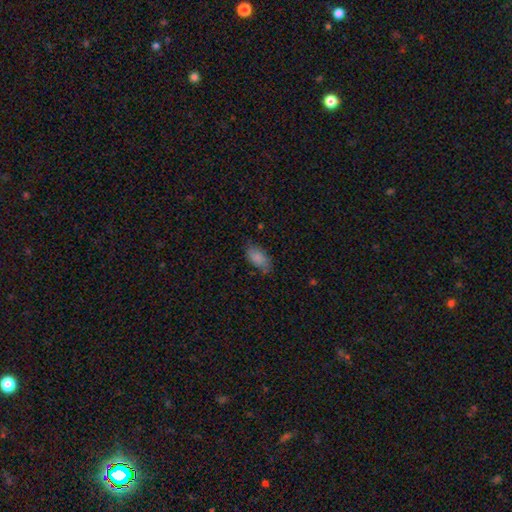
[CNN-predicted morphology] smooth-or-featured: smooth: 79% | featured or disk: 11% | star or artifact: 10%
  how-rounded: in between: 89% | cigar-shaped: 7% | round: 3%
  merging: none: 75% | minor disturbance: 19% | major disturbance: 4% | merger: 2%